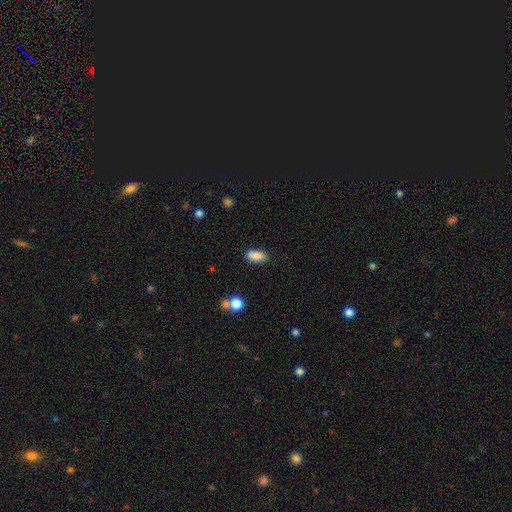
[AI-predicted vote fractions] A smooth galaxy with no disk features (84%) that is in between round and cigar-shaped (86%).

Vote fractions:
- Smooth or featured? smooth: 84% / star or artifact: 8% / featured or disk: 8%
- How rounded? in between: 86% / cigar-shaped: 10% / round: 4%
- Merging? none: 74% / minor disturbance: 16% / merger: 7% / major disturbance: 3%